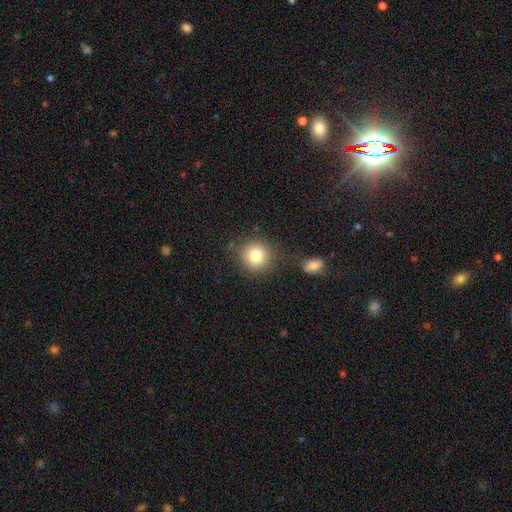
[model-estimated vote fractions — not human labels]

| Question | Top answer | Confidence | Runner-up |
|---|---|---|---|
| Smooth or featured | smooth | 82% | star or artifact (10%) |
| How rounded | round | 90% | in between (9%) |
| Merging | none | 78% | minor disturbance (11%) |